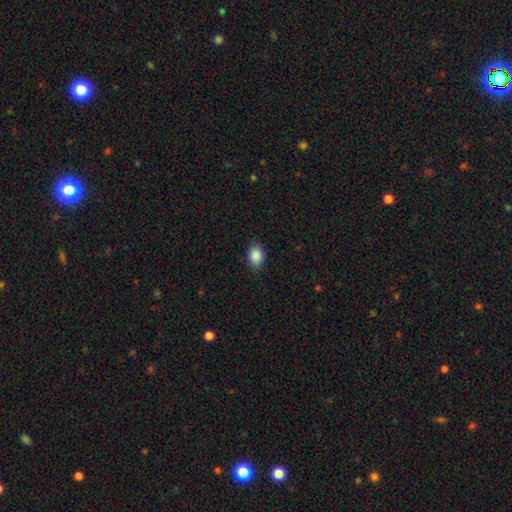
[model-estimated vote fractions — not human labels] Q: Smooth or featured?
A: smooth (88%); runner-up: star or artifact (8%)
Q: How rounded?
A: in between (76%); runner-up: round (23%)
Q: Merging?
A: none (84%); runner-up: minor disturbance (13%)